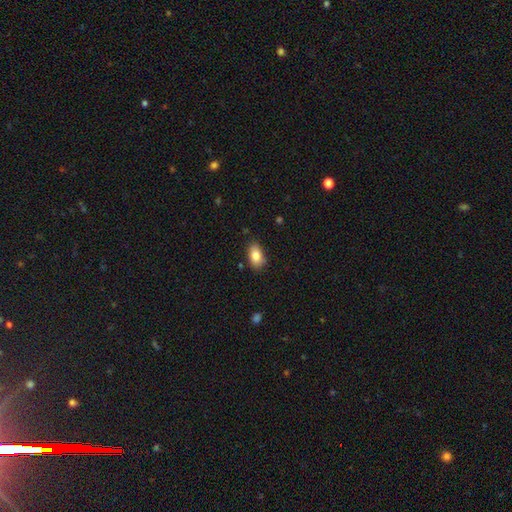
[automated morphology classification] Q: Smooth or featured?
A: smooth (84%); runner-up: featured or disk (9%)
Q: How rounded?
A: in between (90%); runner-up: round (7%)
Q: Merging?
A: none (82%); runner-up: minor disturbance (14%)